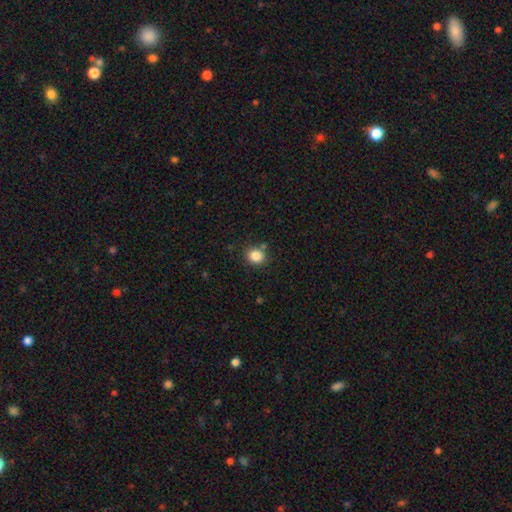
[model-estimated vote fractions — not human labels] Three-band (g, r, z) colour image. It shows a smooth galaxy with no disk features (85%) that is round (73%). Merging: none (82%).